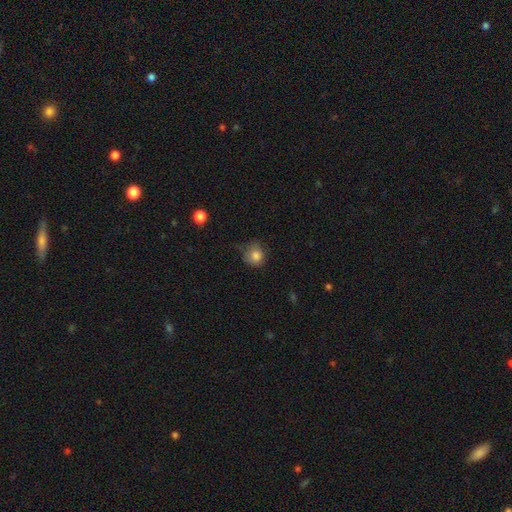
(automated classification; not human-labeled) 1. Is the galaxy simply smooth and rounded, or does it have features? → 82% smooth, 11% star or artifact, 7% featured or disk.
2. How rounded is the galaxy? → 86% round, 13% in between, 1% cigar-shaped.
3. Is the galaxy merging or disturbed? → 65% none, 25% minor disturbance, 8% major disturbance, 2% merger.